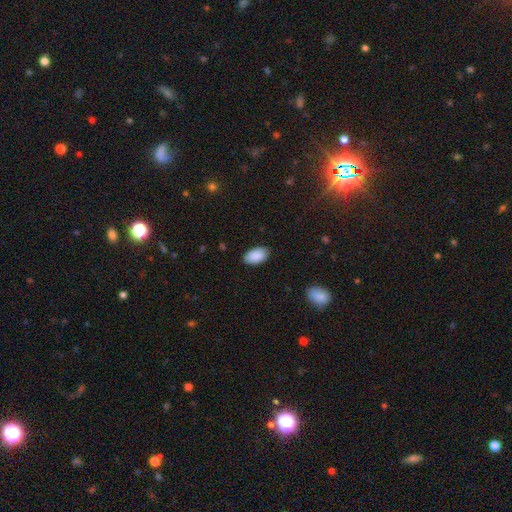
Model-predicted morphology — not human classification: A smooth galaxy with no disk features (90%) that is in between round and cigar-shaped (94%).

Vote fractions:
- Smooth or featured? smooth: 90% / star or artifact: 6% / featured or disk: 4%
- How rounded? in between: 94% / round: 4% / cigar-shaped: 1%
- Merging? none: 86% / minor disturbance: 11% / major disturbance: 2% / merger: 1%